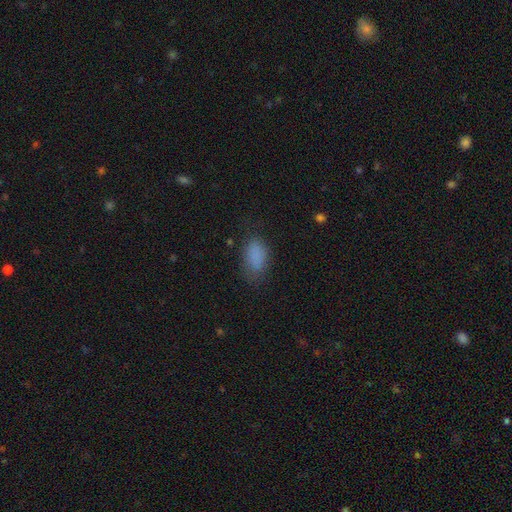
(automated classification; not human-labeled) Smooth or featured? smooth (84%)
How rounded? in between (91%)
Merging? none (69%)